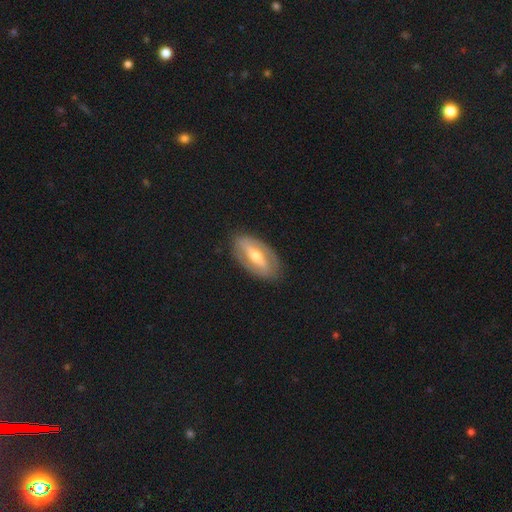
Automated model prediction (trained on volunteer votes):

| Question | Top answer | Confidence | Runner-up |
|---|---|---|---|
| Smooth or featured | featured or disk | 69% | smooth (25%) |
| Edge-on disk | no | 86% | yes (14%) |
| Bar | strong | 54% | weak (28%) |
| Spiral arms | yes | 54% | no (46%) |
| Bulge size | moderate | 65% | small (29%) |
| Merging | none | 84% | minor disturbance (11%) |